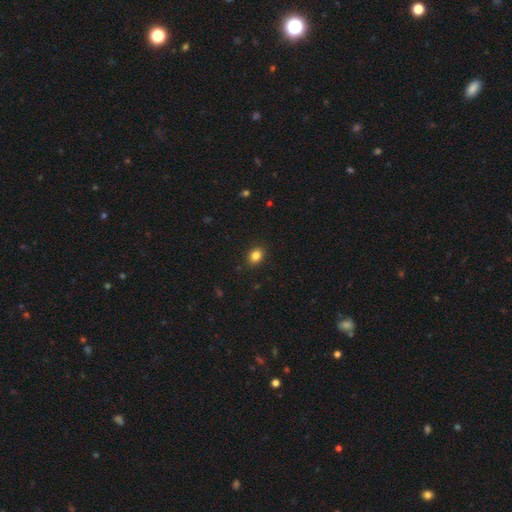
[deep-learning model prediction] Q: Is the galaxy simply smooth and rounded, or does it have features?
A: smooth — 84%.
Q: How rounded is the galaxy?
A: in between — 54%.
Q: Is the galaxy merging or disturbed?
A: none — 90%.